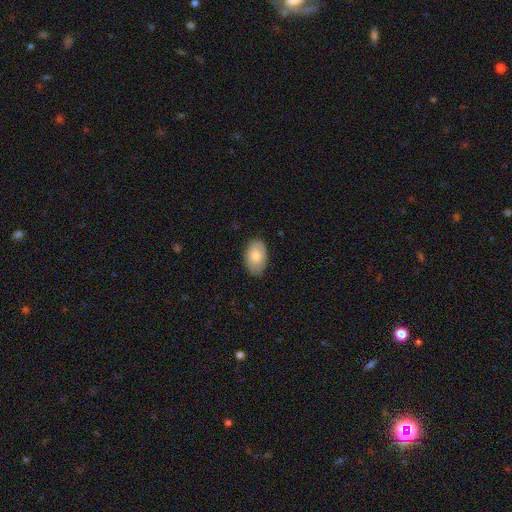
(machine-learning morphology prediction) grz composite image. It shows a smooth galaxy with no disk features (74%) that is in between round and cigar-shaped (89%). Merging: none (80%).